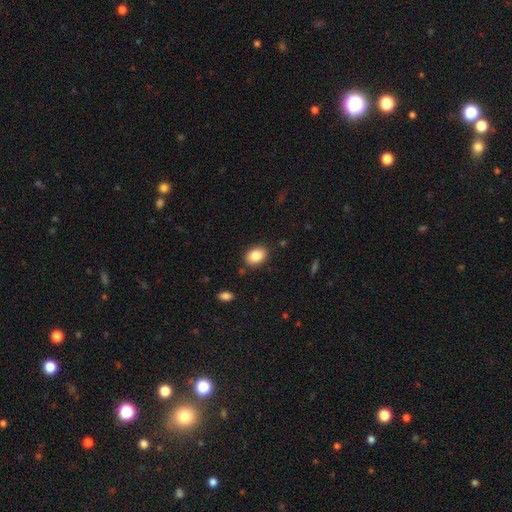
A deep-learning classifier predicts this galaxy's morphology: The model was most divided on "how rounded": in between: 75%, round: 24%, cigar-shaped: 1%. More confident: smooth or featured — smooth (85%); merging — none (85%).